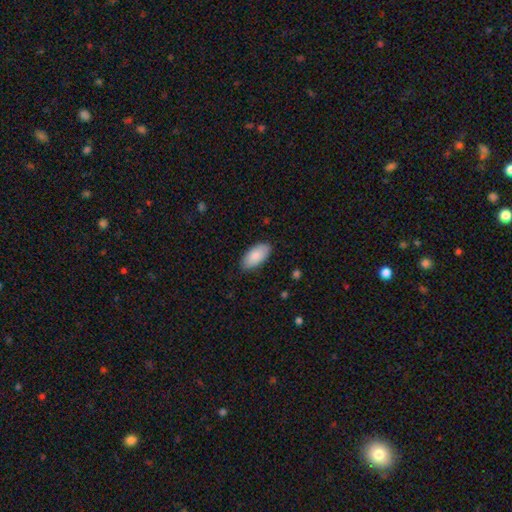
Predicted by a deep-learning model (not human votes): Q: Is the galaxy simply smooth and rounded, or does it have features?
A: smooth — 86%.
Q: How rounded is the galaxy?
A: in between — 94%.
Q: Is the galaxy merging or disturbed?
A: none — 84%.